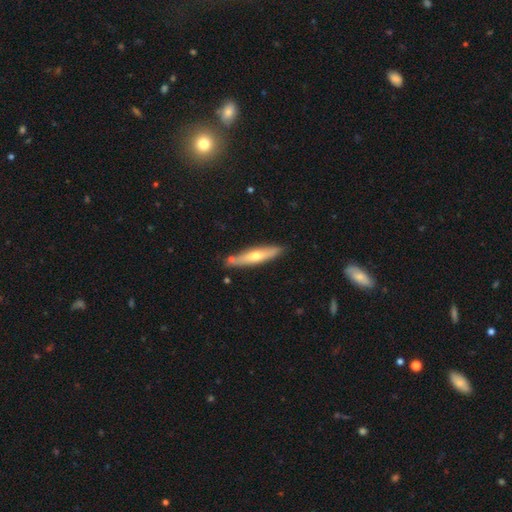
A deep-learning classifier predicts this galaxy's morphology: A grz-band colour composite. It shows a featured or disk galaxy (49%). Merging: none (82%).